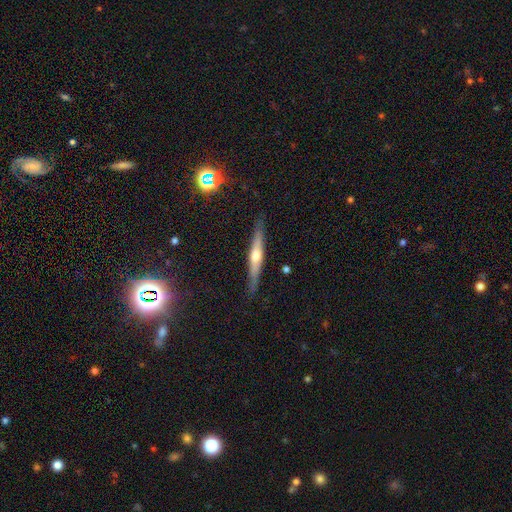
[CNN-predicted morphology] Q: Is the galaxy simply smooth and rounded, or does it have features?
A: featured or disk — 63%.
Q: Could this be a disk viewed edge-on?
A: yes — 96%.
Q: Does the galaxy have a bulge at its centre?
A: rounded — 85%.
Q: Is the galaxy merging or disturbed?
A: none — 88%.